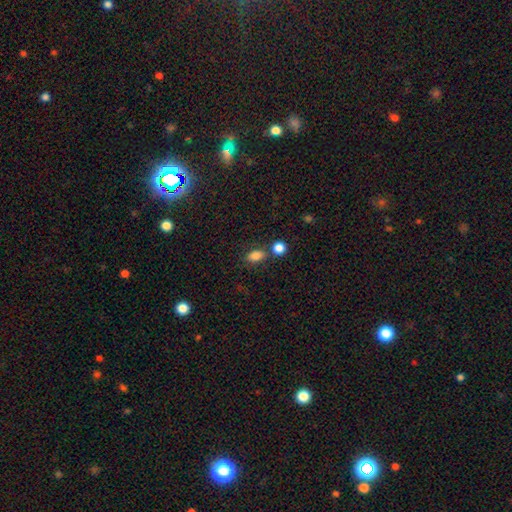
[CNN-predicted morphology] Smooth or featured? Predicted: smooth (p=0.83). How rounded? Predicted: in between (p=0.82). Merging? Predicted: none (p=0.67).